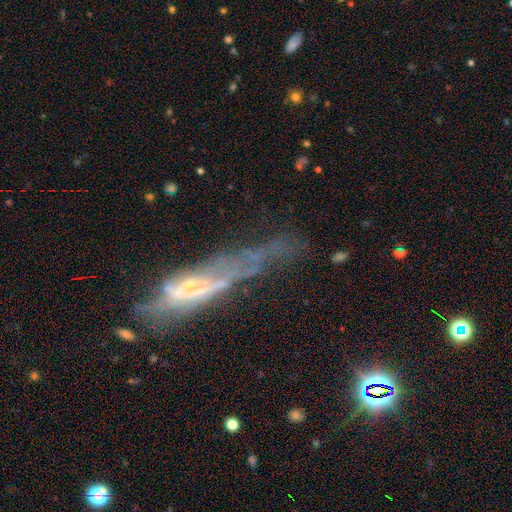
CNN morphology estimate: The model was most divided on "merging": none: 39%, major disturbance: 29%, minor disturbance: 22%, merger: 10%. More confident: smooth or featured — featured or disk (64%); edge-on disk — yes (55%).